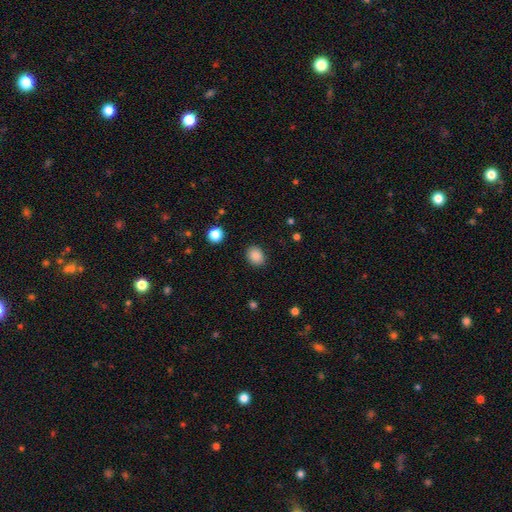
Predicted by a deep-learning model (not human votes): Overall: smooth (87%). How rounded: in between (51%; round 48%). Merging: none (88%).